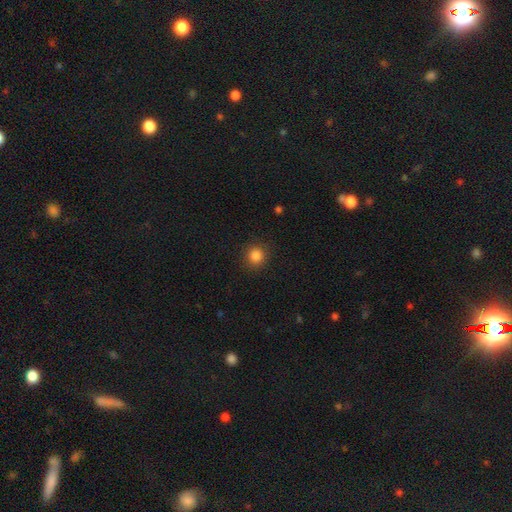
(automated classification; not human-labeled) This is clearly a smooth galaxy (84%). How rounded: clearly round (90%). Merging: clearly none (90%).